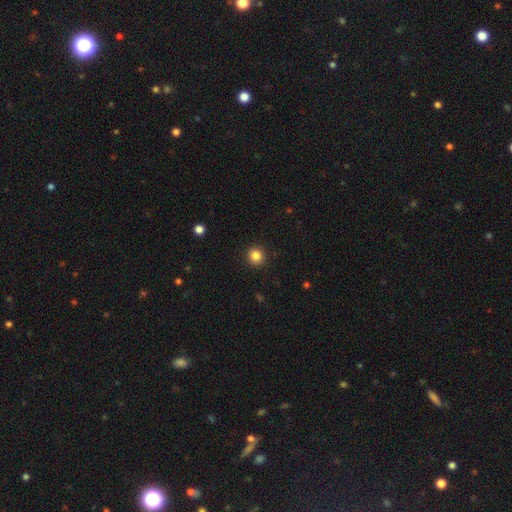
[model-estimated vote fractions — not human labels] Smooth or featured? smooth (84%)
How rounded? round (91%)
Merging? none (92%)